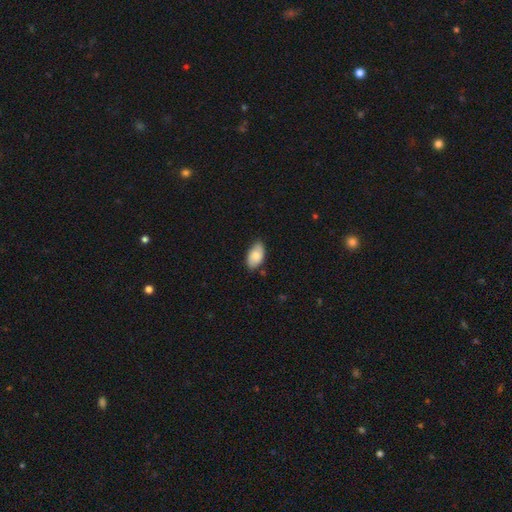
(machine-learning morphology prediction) Smooth or featured? Predicted: smooth (p=0.79). How rounded? Predicted: in between (p=0.94). Merging? Predicted: none (p=0.74).